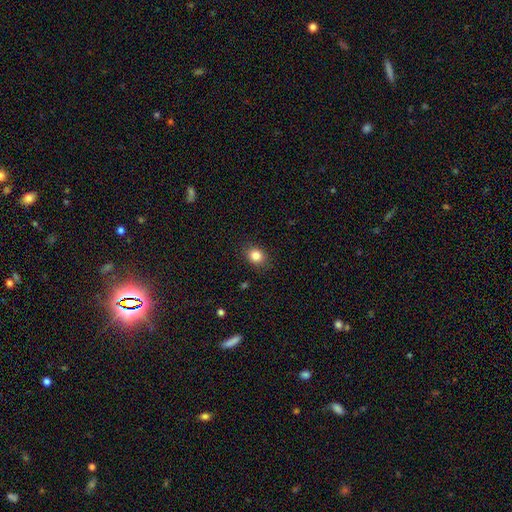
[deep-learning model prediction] Overall: smooth (84%). How rounded: round (57%; in between 42%). Merging: none (87%).